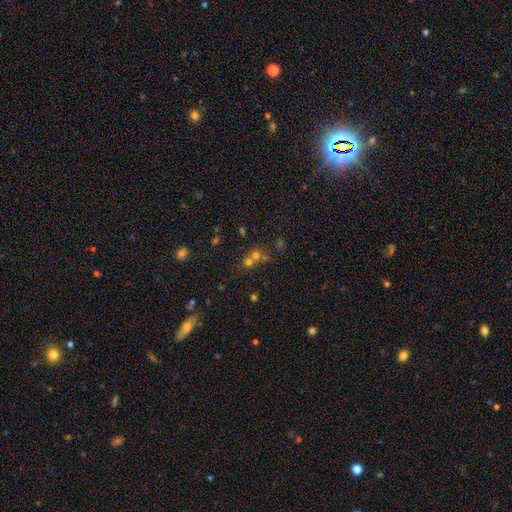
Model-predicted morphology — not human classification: The model was most divided on "merging": merger: 49%, none: 41%, minor disturbance: 6%, major disturbance: 4%. More confident: how rounded — round (83%); smooth or featured — smooth (58%).